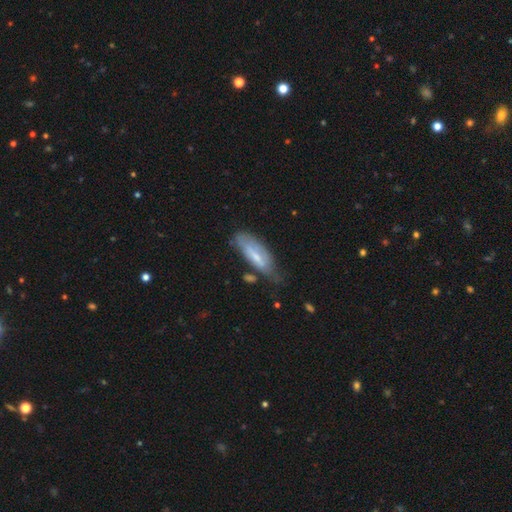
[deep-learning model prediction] Morphology: type=smooth (50%); merging=none (45%).